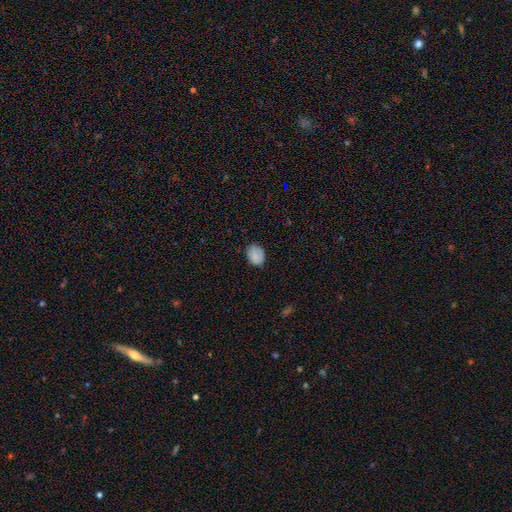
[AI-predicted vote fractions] smooth-or-featured: smooth: 84% | star or artifact: 9% | featured or disk: 7%
  how-rounded: in between: 55% | round: 44% | cigar-shaped: 1%
  merging: none: 78% | minor disturbance: 18% | major disturbance: 3% | merger: 1%